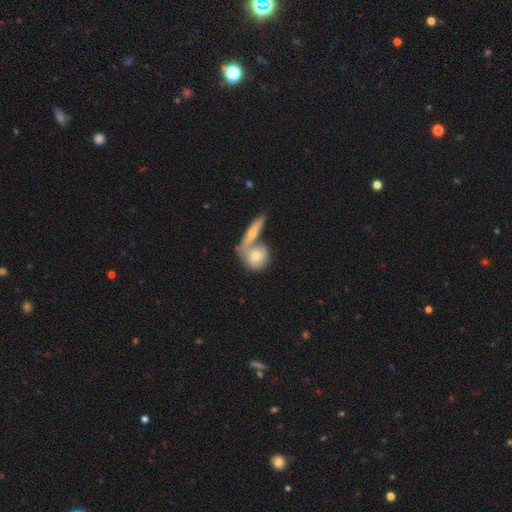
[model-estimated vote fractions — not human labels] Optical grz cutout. It shows a smooth galaxy with no disk features (59%) that is round (61%). Merging: none (44%).